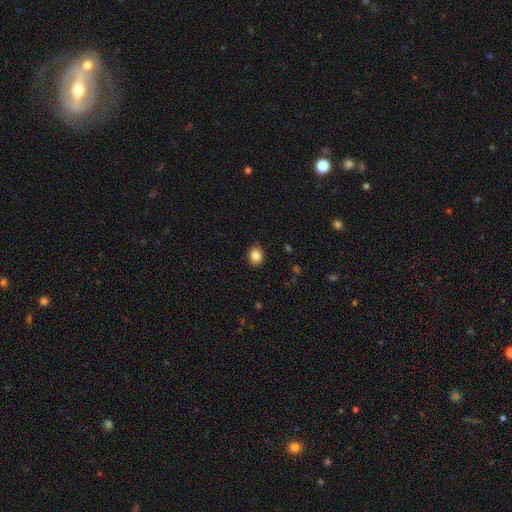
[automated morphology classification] Smooth or featured? smooth (85%)
How rounded? round (60%)
Merging? none (89%)